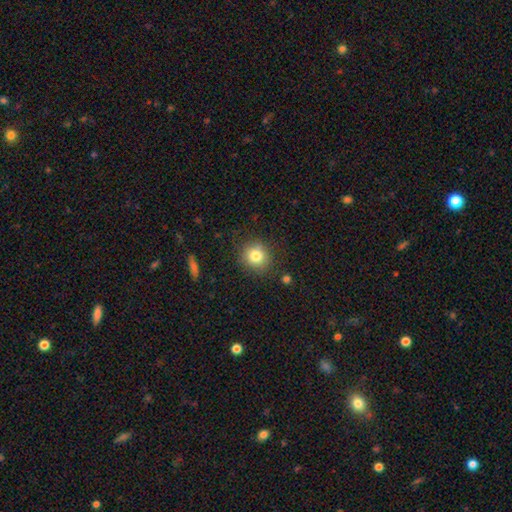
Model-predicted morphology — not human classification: Q: Smooth or featured?
A: smooth (80%); runner-up: star or artifact (11%)
Q: How rounded?
A: round (88%); runner-up: in between (11%)
Q: Merging?
A: none (85%); runner-up: minor disturbance (10%)